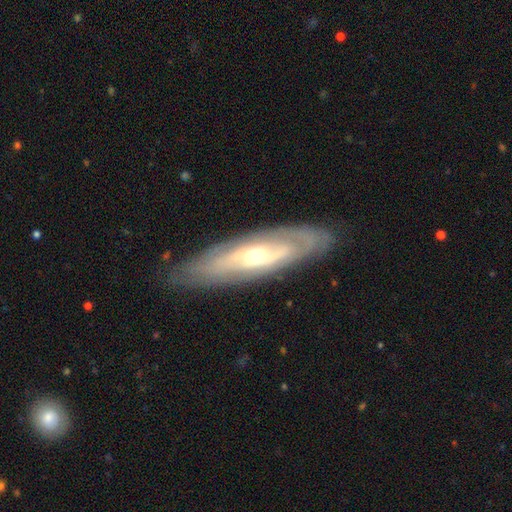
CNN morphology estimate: A featured or disk galaxy (75%) with no bar (63%), spiral arms (64%) and a moderate central bulge (56%).

Vote fractions:
- Smooth or featured? featured or disk: 75% / smooth: 20% / star or artifact: 6%
- Edge-on disk? no: 68% / yes: 32%
- Bar? no: 63% / weak: 25% / strong: 12%
- Spiral arms? yes: 64% / no: 36%
- Bulge size? moderate: 56% / small: 38% / large: 4% / dominant: 1% / none: 1%
- Merging? none: 83% / minor disturbance: 12% / major disturbance: 4% / merger: 1%